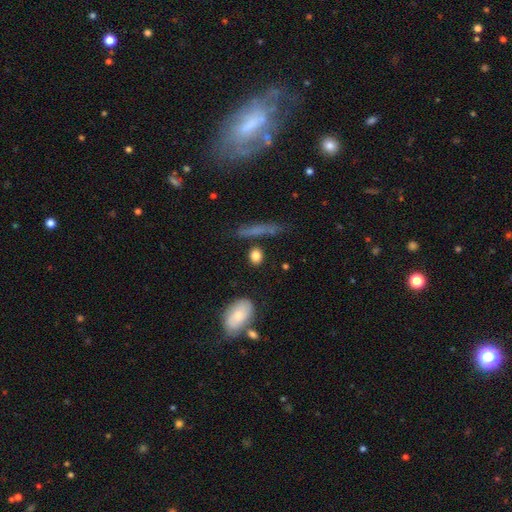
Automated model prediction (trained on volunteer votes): smooth 83%, featured or disk 9%, star or artifact 8%. Down the decision tree: how rounded — round (56%); merging — none (77%).